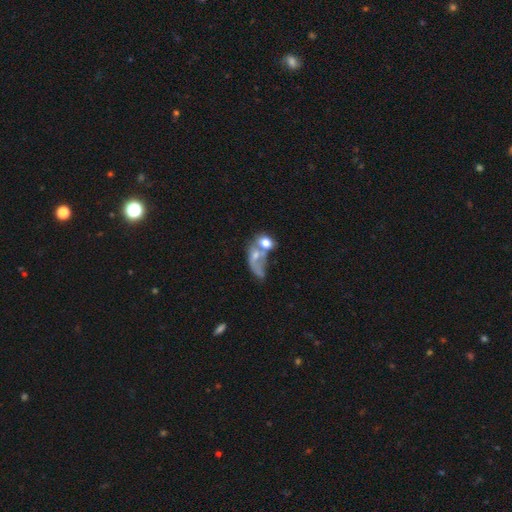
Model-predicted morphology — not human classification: This is marginally a smooth galaxy (45%). Merging: possibly merger (50%).